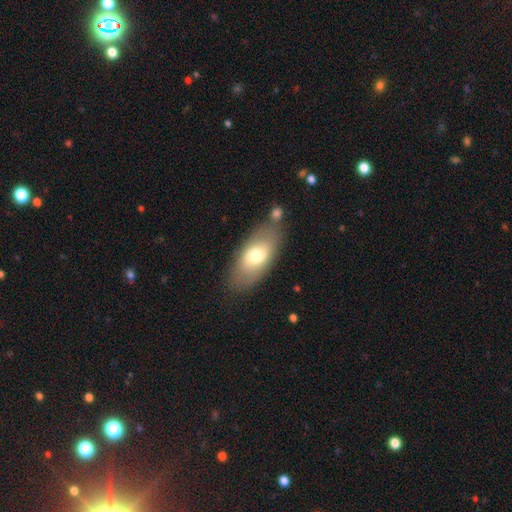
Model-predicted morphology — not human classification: This is likely a smooth galaxy (66%). How rounded: clearly in between (88%). Merging: likely none (69%).